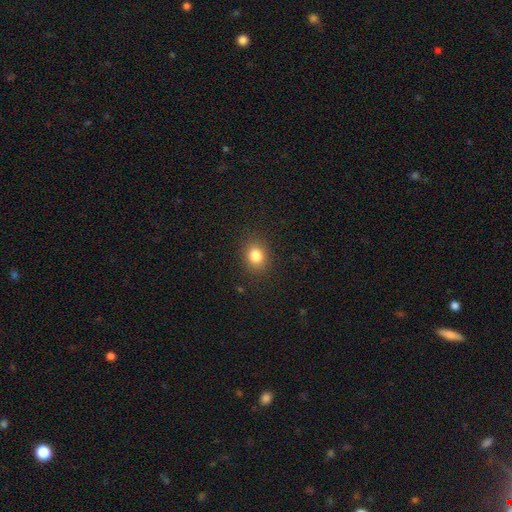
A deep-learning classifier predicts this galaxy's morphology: smooth 83%, star or artifact 11%, featured or disk 6%. Down the decision tree: how rounded — round (62%); merging — none (88%).